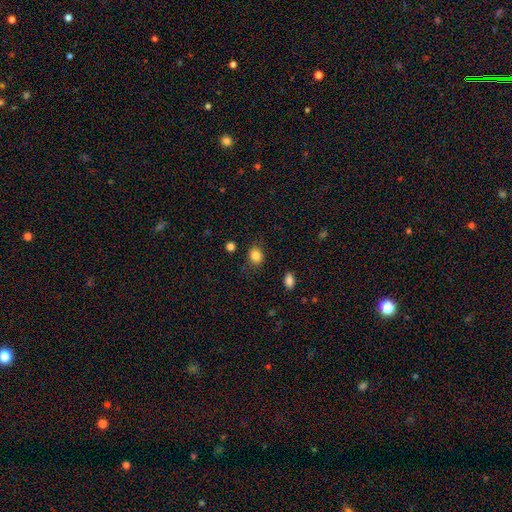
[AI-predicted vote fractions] This is clearly a smooth galaxy (85%). How rounded: likely round (61%). Merging: clearly none (81%).